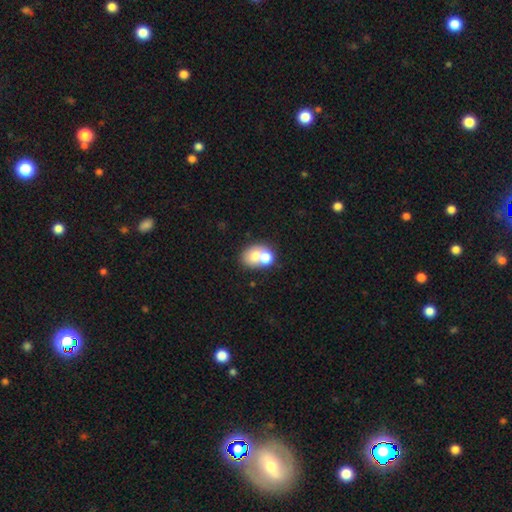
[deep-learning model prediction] smooth-or-featured: smooth: 67% | featured or disk: 23% | star or artifact: 10%
  how-rounded: round: 50% | in between: 49% | cigar-shaped: 1%
  merging: merger: 59% | none: 30% | minor disturbance: 8% | major disturbance: 4%